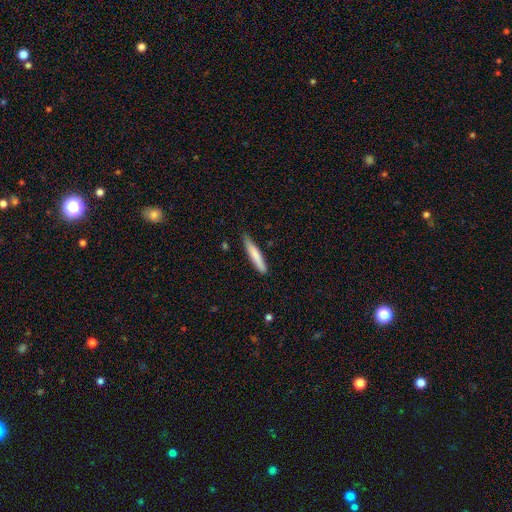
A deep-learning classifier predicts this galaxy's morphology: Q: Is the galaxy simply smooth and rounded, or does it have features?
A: smooth — 77%.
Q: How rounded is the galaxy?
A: cigar-shaped — 92%.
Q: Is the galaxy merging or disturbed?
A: none — 77%.